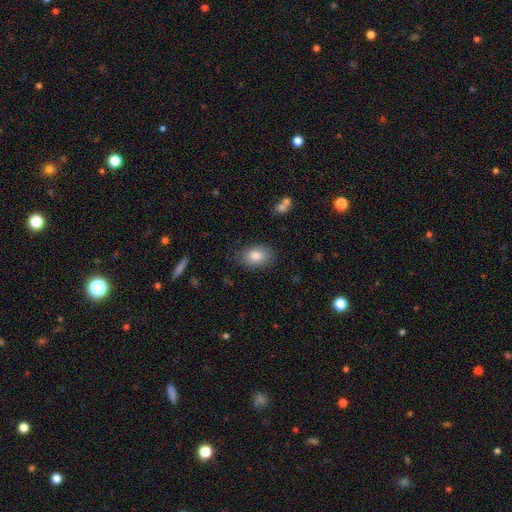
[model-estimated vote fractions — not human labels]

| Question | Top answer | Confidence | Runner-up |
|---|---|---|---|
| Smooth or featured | smooth | 83% | featured or disk (9%) |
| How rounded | in between | 76% | round (23%) |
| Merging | none | 78% | minor disturbance (16%) |